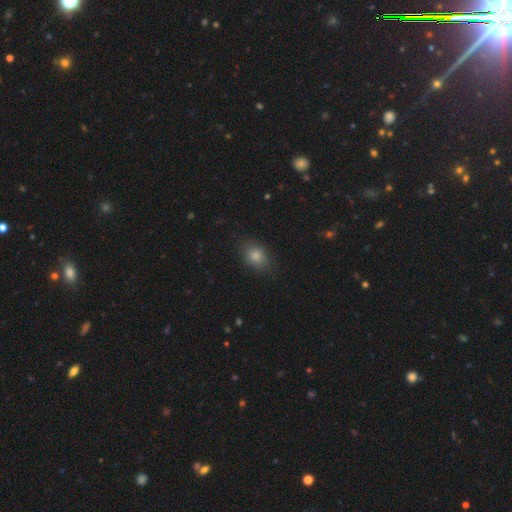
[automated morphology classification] Smooth or featured? smooth (83%)
How rounded? in between (70%)
Merging? none (81%)